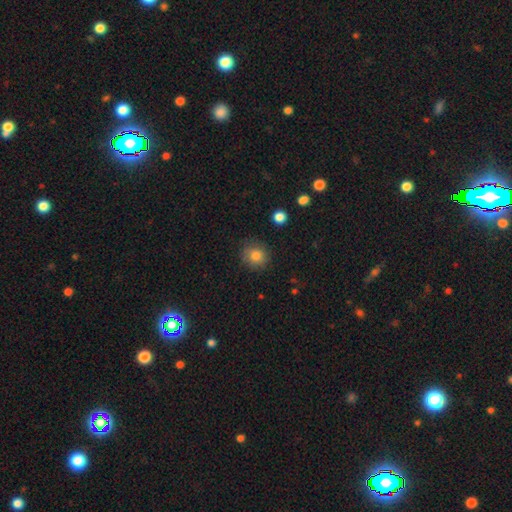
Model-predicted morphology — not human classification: type=smooth (83%); roundness=round (89%); merging=none (87%).